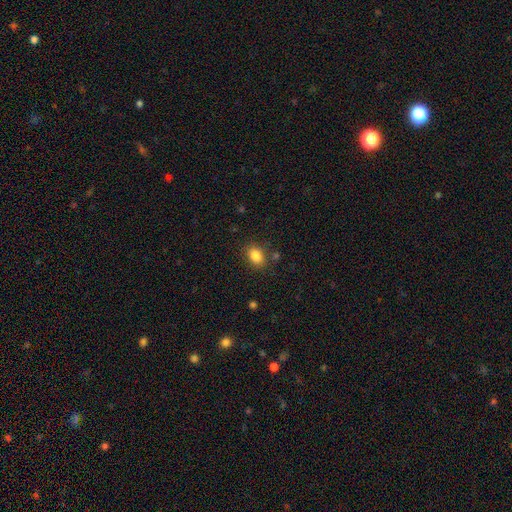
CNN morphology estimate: Smooth or featured: smooth — 84% (star or artifact — 10%)
How rounded: in between — 69% (round — 30%)
Merging: none — 81% (minor disturbance — 12%)